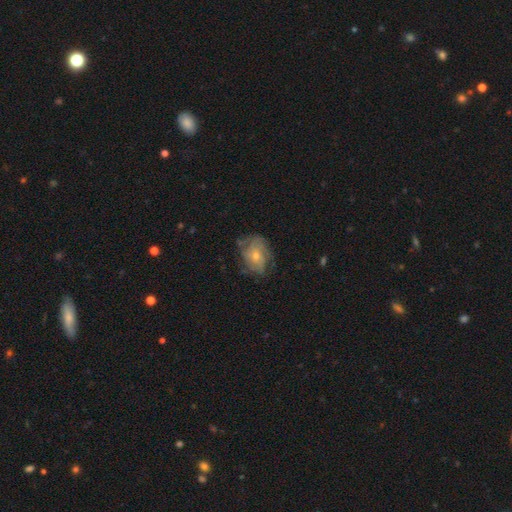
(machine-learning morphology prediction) A featured or disk galaxy (66%) with no bar (77%), tight (50%) spiral arms (82%) and a small central bulge (52%). Merging: none (68%).